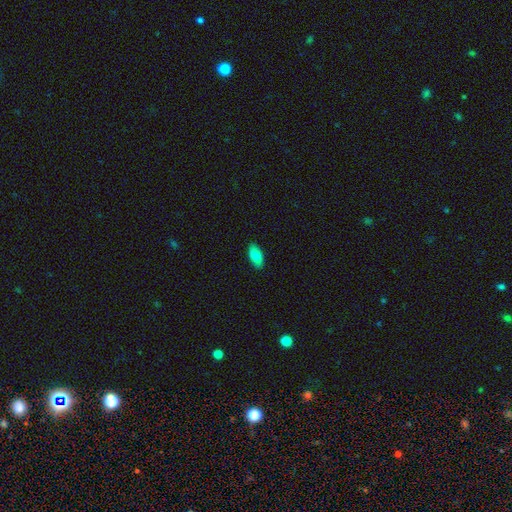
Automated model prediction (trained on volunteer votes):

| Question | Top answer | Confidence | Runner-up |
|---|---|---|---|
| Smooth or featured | smooth | 81% | featured or disk (12%) |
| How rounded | in between | 91% | cigar-shaped (6%) |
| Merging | none | 89% | minor disturbance (8%) |